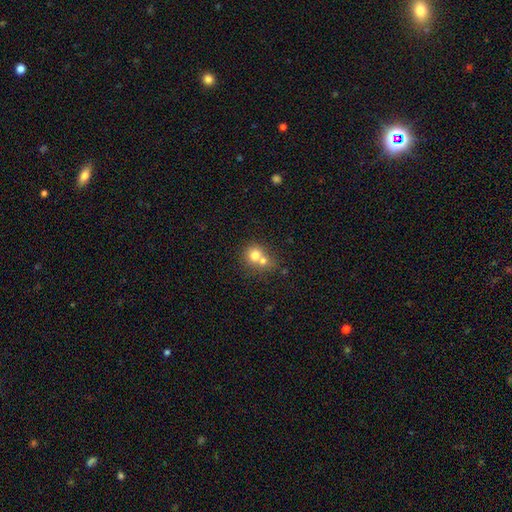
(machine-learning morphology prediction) The model was most divided on "merging": merger: 61%, none: 30%, minor disturbance: 6%, major disturbance: 3%. More confident: how rounded — round (79%); smooth or featured — smooth (73%).